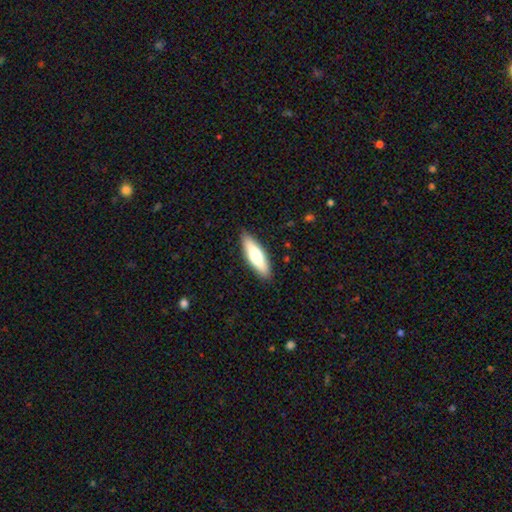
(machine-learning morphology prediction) Smooth or featured? Predicted: smooth (p=0.65). How rounded? Predicted: cigar-shaped (p=0.55). Merging? Predicted: none (p=0.88).